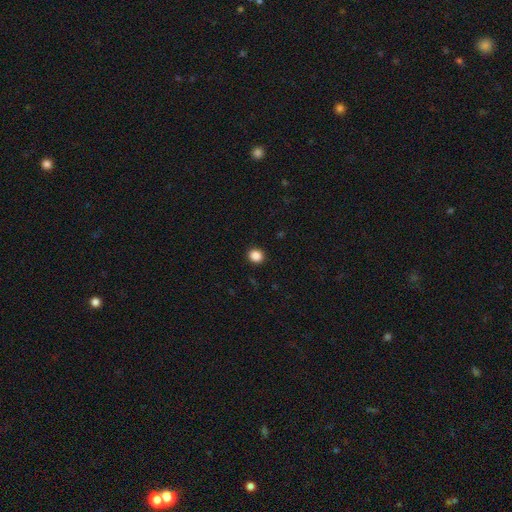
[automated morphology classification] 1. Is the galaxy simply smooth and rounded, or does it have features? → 87% smooth, 10% star or artifact, 3% featured or disk.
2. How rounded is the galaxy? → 82% round, 17% in between, 1% cigar-shaped.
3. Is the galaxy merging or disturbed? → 92% none, 5% minor disturbance, 2% major disturbance, 1% merger.